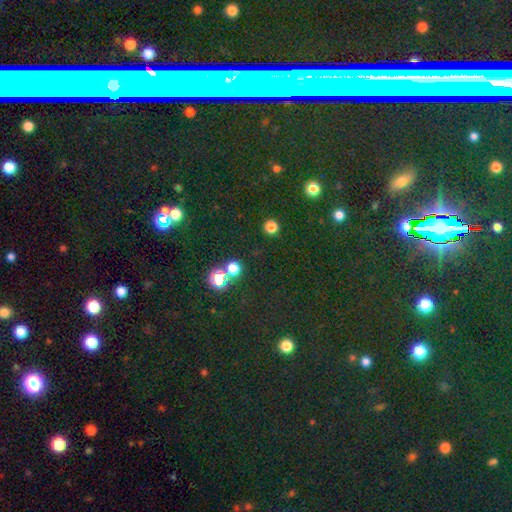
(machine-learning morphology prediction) Smooth or featured? star or artifact (71%)